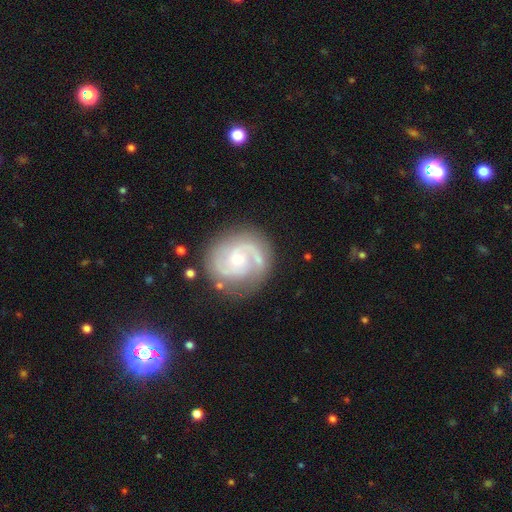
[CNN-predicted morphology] Smooth or featured? Predicted: featured or disk (p=0.86). Edge-on disk? Predicted: no (p=0.98). Bar? Predicted: no (p=0.60). Spiral arms? Predicted: yes (p=0.97). Spiral winding? Predicted: medium (p=0.49). Spiral arm count? Predicted: 2 (p=0.81). Bulge size? Predicted: moderate (p=0.52). Merging? Predicted: none (p=0.76).